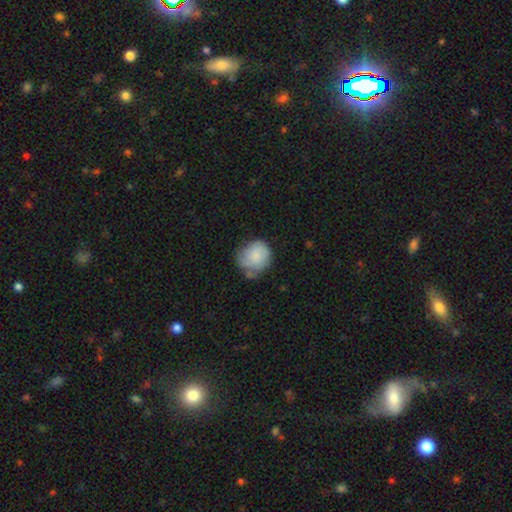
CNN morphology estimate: A smooth galaxy with no disk features (67%) that is round (73%). Merging: none (46%).